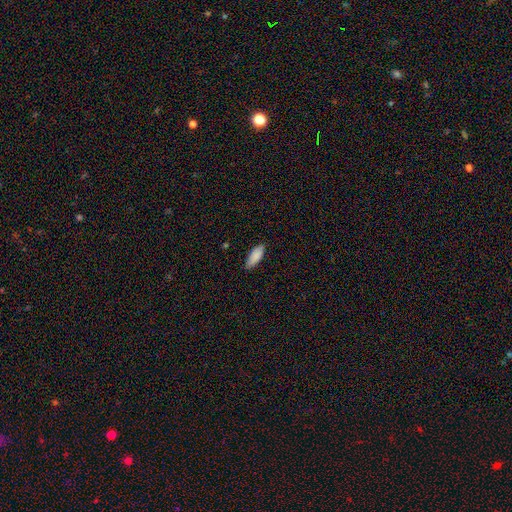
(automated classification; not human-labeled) smooth_or_featured: smooth (p=0.88) [alt: star or artifact p=0.06]
how_rounded: in between (p=0.76) [alt: cigar-shaped p=0.22]
merging: none (p=0.81) [alt: minor disturbance p=0.16]